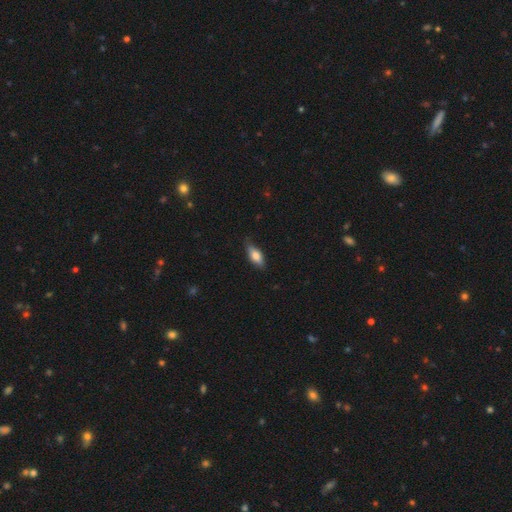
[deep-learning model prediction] Morphology: type=smooth (75%); roundness=in between (79%); merging=none (76%).